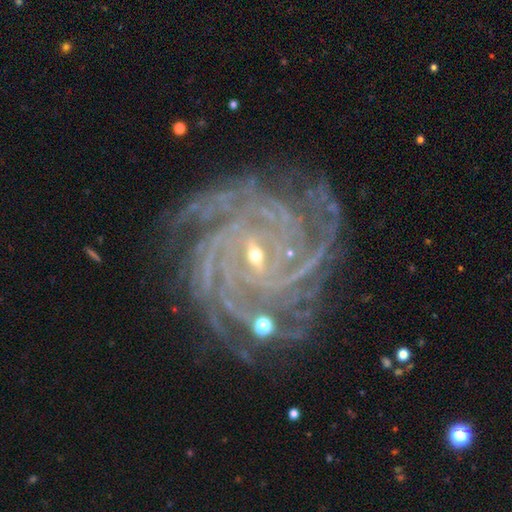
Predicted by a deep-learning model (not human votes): featured or disk 92%, star or artifact 5%, smooth 2%. Down the decision tree: edge-on disk — no (98%); bar — weak (46%); spiral arms — yes (99%); spiral arm count — more than 4 (34%); spiral winding — tight (77%); bulge size — small (76%); merging — none (73%).